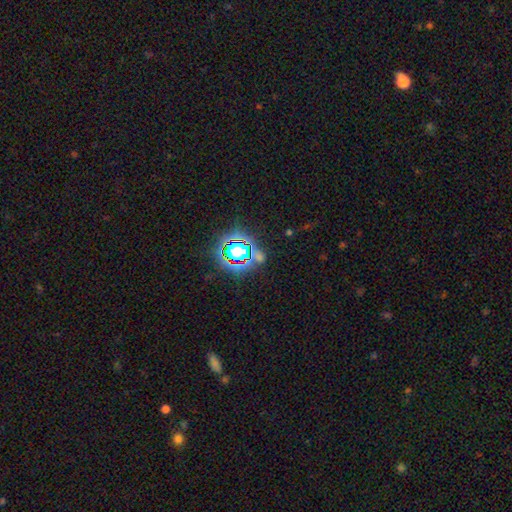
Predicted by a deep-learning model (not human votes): Overall: star or artifact (73%).